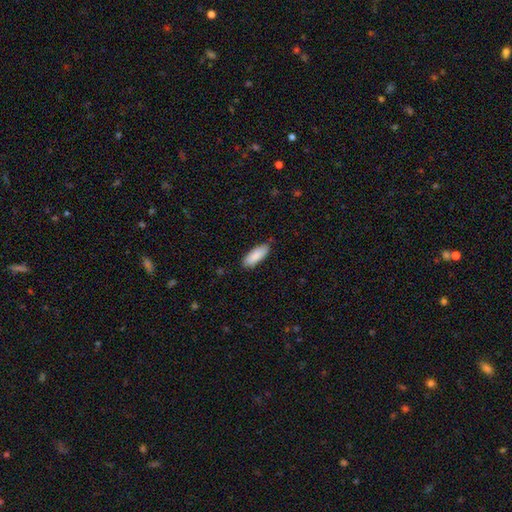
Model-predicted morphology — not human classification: This is clearly a smooth galaxy (88%). How rounded: likely in between (71%). Merging: clearly none (83%).